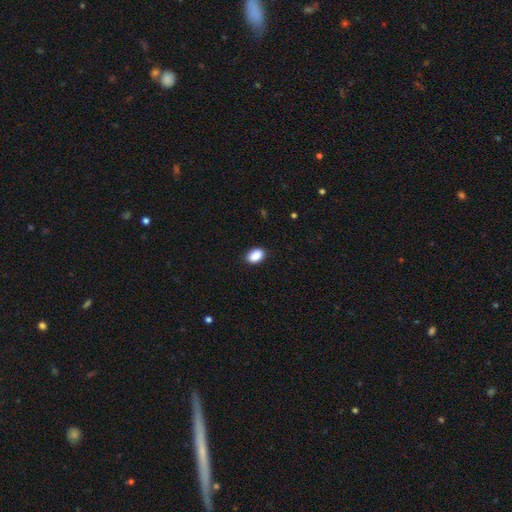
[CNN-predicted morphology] type=smooth (90%); roundness=in between (86%); merging=none (89%).